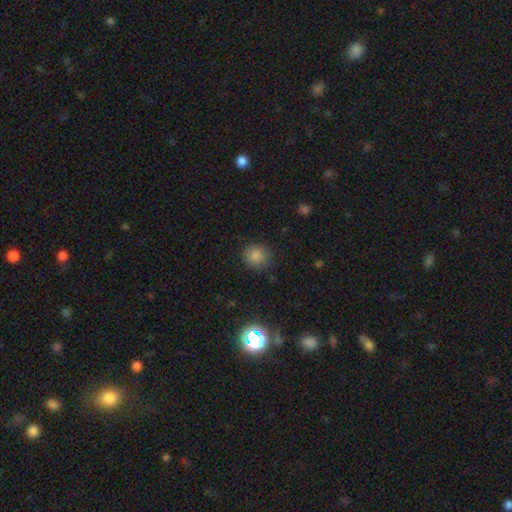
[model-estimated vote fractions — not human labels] Q: Smooth or featured?
A: smooth (83%); runner-up: star or artifact (13%)
Q: How rounded?
A: round (89%); runner-up: in between (10%)
Q: Merging?
A: none (86%); runner-up: minor disturbance (9%)